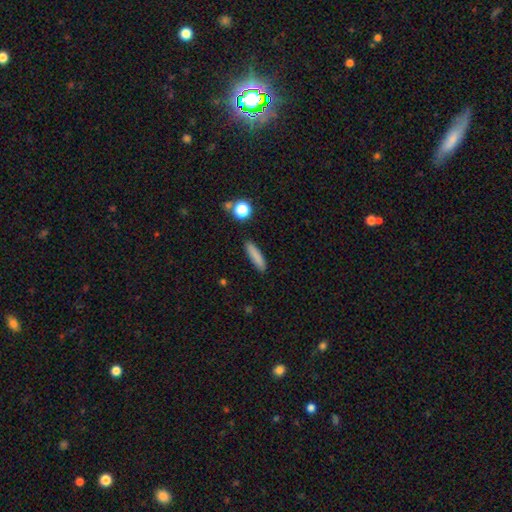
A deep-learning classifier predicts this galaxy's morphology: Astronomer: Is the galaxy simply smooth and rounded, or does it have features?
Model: smooth — 83%.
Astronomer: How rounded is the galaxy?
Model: cigar-shaped — 81%.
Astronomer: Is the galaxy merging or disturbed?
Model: none — 87%.